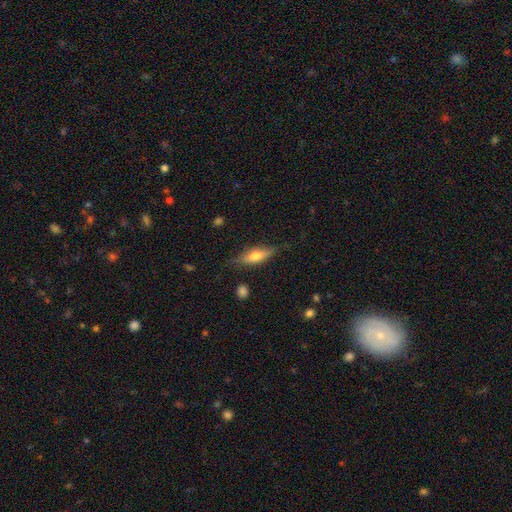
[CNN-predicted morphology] Smooth or featured? smooth (52%)
How rounded? cigar-shaped (51%)
Merging? none (78%)